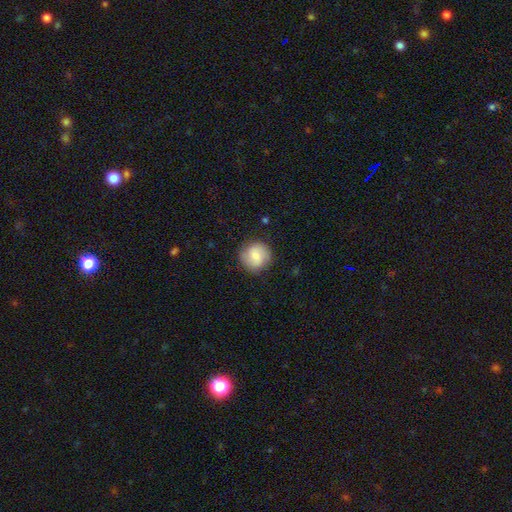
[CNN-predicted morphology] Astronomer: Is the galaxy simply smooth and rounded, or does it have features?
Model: smooth — 75%.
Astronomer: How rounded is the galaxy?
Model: round — 92%.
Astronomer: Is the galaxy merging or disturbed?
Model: none — 84%.